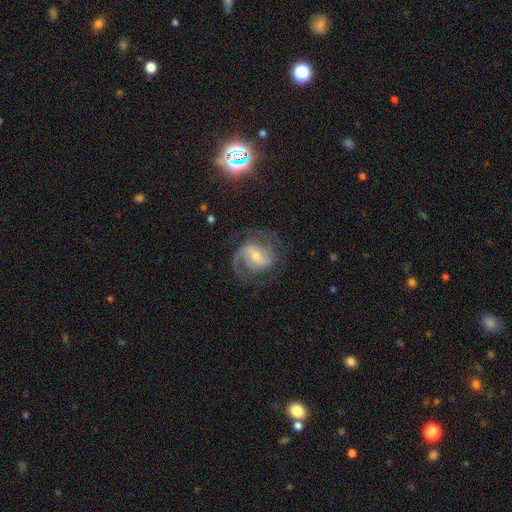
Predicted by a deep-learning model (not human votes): featured or disk 86%, smooth 8%, star or artifact 6%. Down the decision tree: edge-on disk — no (97%); bar — weak (53%); spiral arms — yes (96%); spiral arm count — 2 (57%); spiral winding — medium (49%); bulge size — moderate (53%); merging — none (67%).